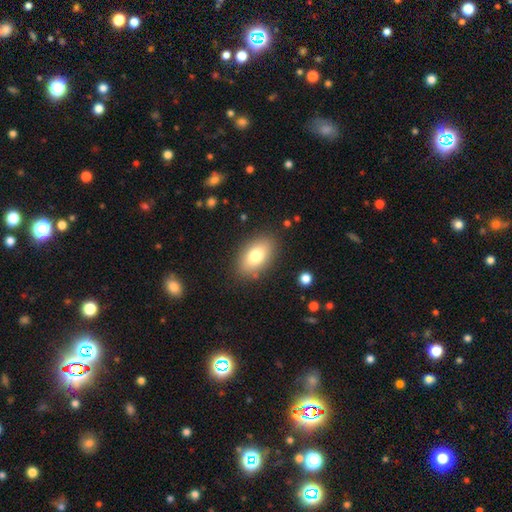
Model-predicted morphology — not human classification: A smooth galaxy with no disk features (78%) that is in between round and cigar-shaped (90%). Merging: none (84%).